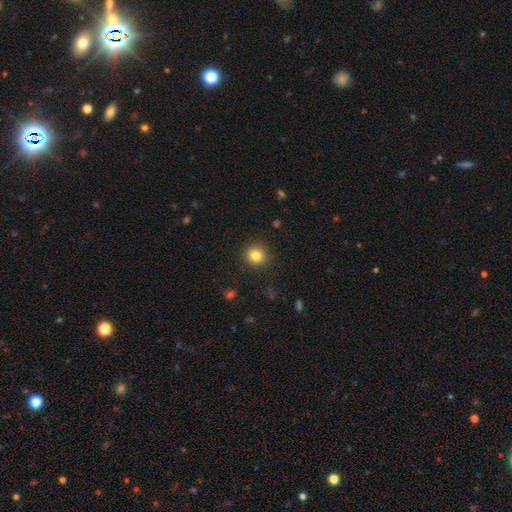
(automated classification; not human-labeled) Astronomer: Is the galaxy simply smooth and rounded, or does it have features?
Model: smooth — 83%.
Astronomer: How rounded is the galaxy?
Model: round — 88%.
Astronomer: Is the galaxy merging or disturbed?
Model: none — 90%.